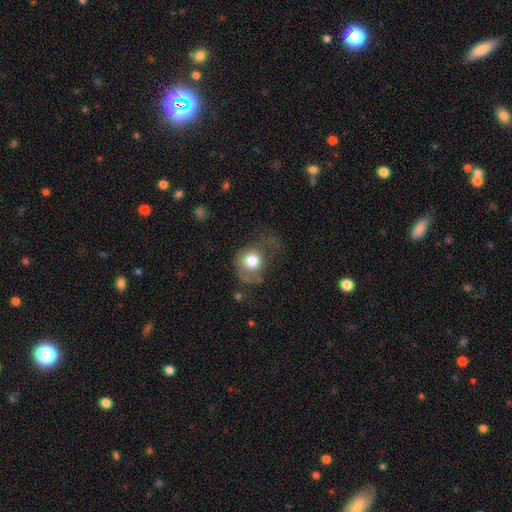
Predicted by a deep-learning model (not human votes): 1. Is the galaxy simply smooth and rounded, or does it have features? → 65% smooth, 24% featured or disk, 11% star or artifact.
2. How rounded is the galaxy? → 77% round, 22% in between, 1% cigar-shaped.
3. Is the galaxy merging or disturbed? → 39% none, 34% major disturbance, 24% minor disturbance, 3% merger.